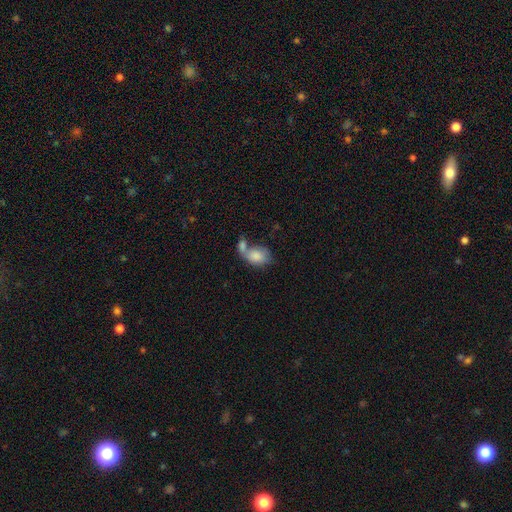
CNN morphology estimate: Smooth or featured? Predicted: smooth (p=0.80). How rounded? Predicted: in between (p=0.79). Merging? Predicted: merger (p=0.57).